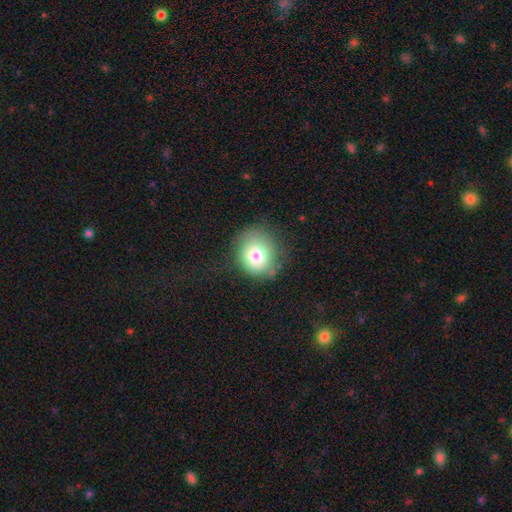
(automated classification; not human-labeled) This is likely a smooth galaxy (77%). How rounded: likely round (77%). Merging: likely none (73%).